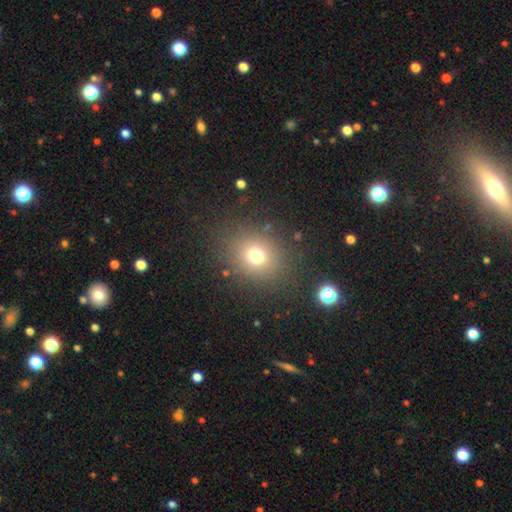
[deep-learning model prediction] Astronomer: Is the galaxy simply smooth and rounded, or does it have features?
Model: smooth — 70%.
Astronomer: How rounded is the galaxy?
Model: round — 68%.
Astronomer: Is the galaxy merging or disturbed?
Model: none — 83%.